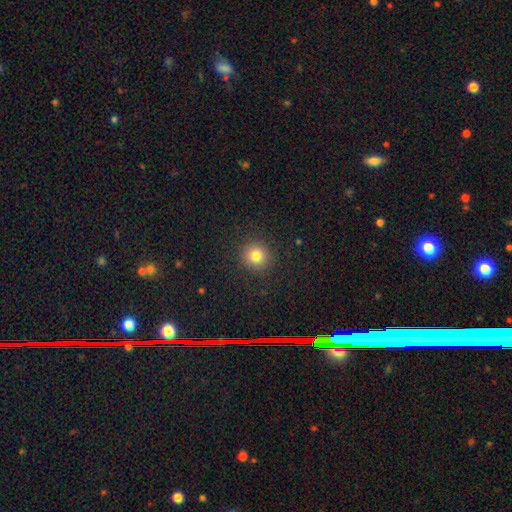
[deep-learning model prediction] This appears to be a smooth galaxy with no disk features (81%) that is round (92%). Merging: none (91%).